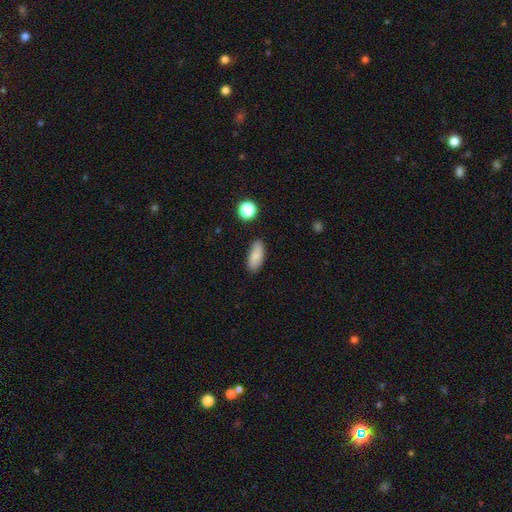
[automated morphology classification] Smooth or featured?
  - smooth: 84% *
  - featured or disk: 8%
  - star or artifact: 8%
How rounded?
  - in between: 82% *
  - cigar-shaped: 15%
  - round: 3%
Merging?
  - none: 84% *
  - minor disturbance: 11%
  - major disturbance: 2%
  - merger: 2%